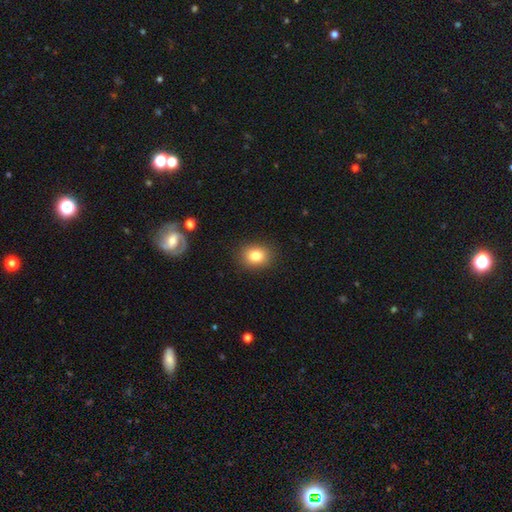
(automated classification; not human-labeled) A smooth galaxy with no disk features (82%) that is round (54%). Merging: none (88%).